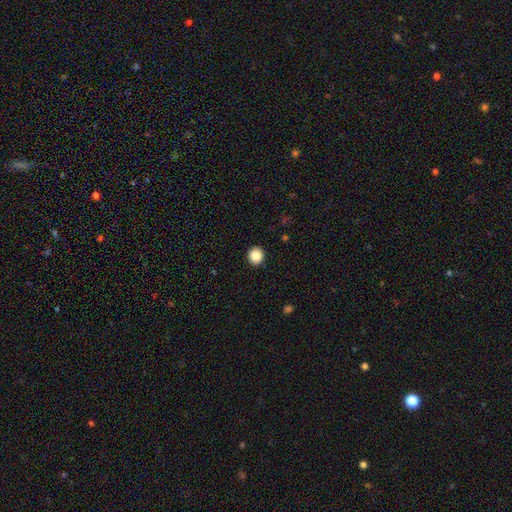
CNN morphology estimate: type=smooth (86%); roundness=round (90%); merging=none (93%).